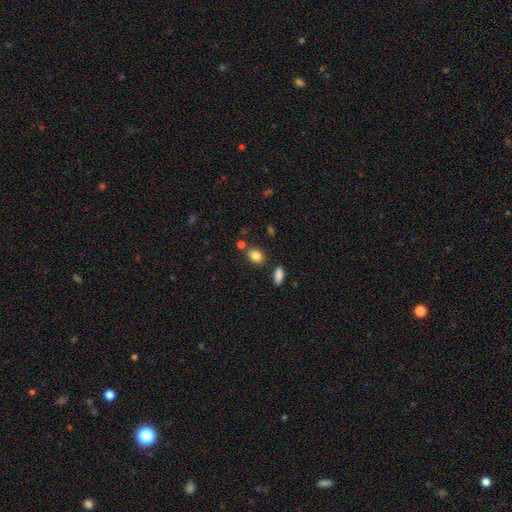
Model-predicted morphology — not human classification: Smooth or featured? smooth (84%)
How rounded? in between (56%)
Merging? none (76%)